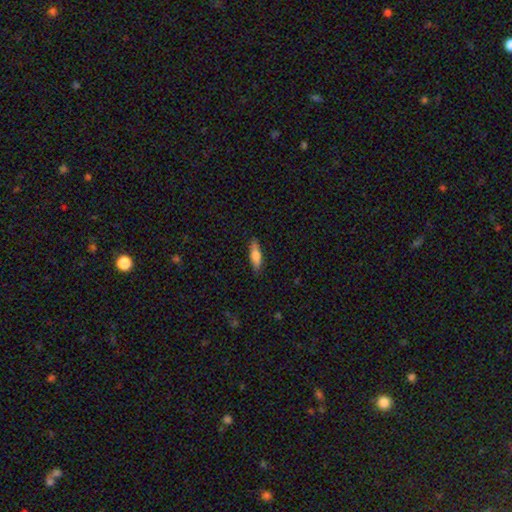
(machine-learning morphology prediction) Smooth or featured? Predicted: smooth (p=0.74). How rounded? Predicted: cigar-shaped (p=0.58). Merging? Predicted: none (p=0.82).